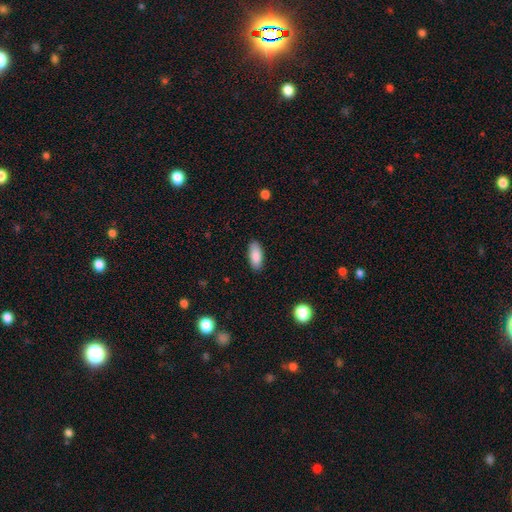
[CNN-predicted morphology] A smooth galaxy with no disk features (88%) that is in between round and cigar-shaped (87%).

Vote fractions:
- Smooth or featured? smooth: 88% / star or artifact: 6% / featured or disk: 5%
- How rounded? in between: 87% / cigar-shaped: 11% / round: 2%
- Merging? none: 88% / minor disturbance: 9% / major disturbance: 2% / merger: 1%